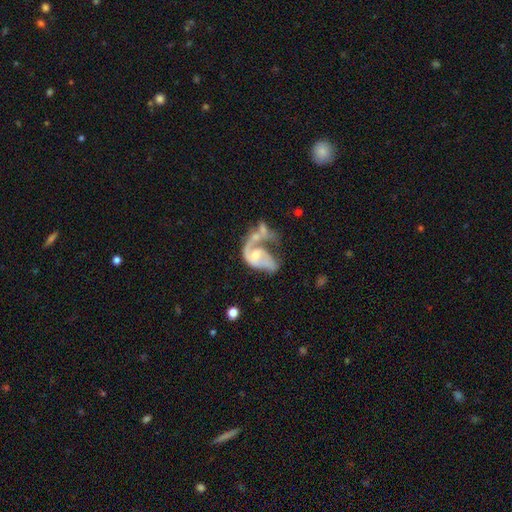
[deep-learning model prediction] smooth_or_featured: featured or disk (p=0.76) [alt: smooth p=0.18]
disk_edge_on: no (p=0.97) [alt: yes p=0.03]
bar: no (p=0.58) [alt: weak p=0.34]
has_spiral_arms: yes (p=0.82) [alt: no p=0.18]
spiral_winding: loose (p=0.45) [alt: medium p=0.38]
spiral_arm_count: 1 (p=0.48) [alt: 2 p=0.40]
bulge_size: moderate (p=0.47) [alt: small p=0.38]
merging: merger (p=0.42) [alt: major disturbance p=0.33]